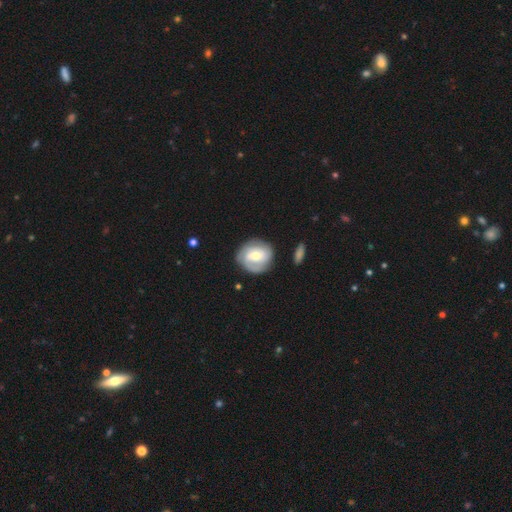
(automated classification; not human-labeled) This is likely a featured or disk galaxy (65%). It is clearly not viewed edge-on (97%). Bar: marginally no (44%). Spiral arm pattern: clearly yes (87%). Spiral arm count: possibly 2 (47%). Spiral winding: possibly tight (54%). Central bulge: possibly moderate (58%). Merging: likely none (77%).